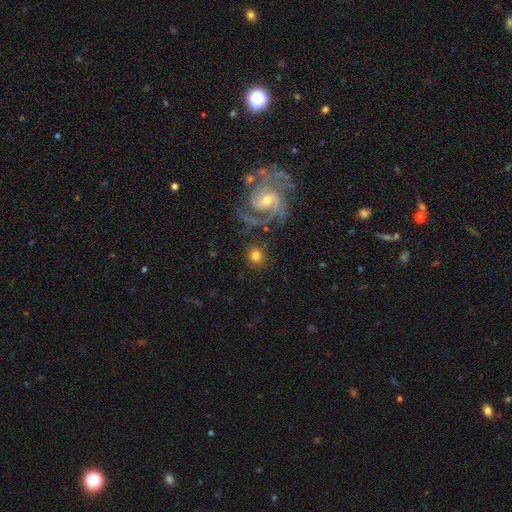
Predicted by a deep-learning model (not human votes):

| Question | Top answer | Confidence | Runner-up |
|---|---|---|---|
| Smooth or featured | smooth | 66% | featured or disk (25%) |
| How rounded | round | 84% | in between (15%) |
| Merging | none | 81% | minor disturbance (9%) |